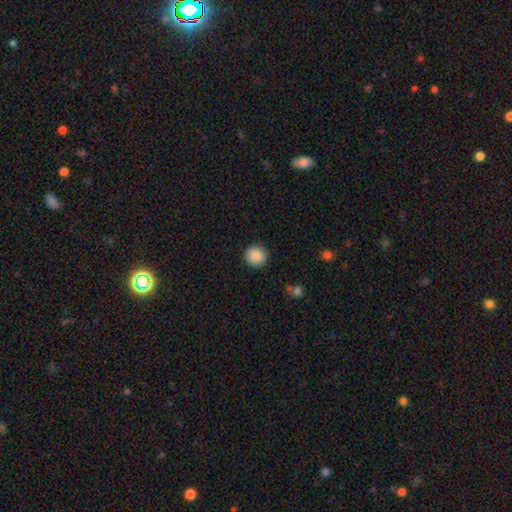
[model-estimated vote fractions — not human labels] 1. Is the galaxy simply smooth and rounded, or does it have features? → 88% smooth, 8% star or artifact, 4% featured or disk.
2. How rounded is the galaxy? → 92% round, 7% in between, 1% cigar-shaped.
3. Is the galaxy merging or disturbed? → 91% none, 6% minor disturbance, 2% major disturbance, 1% merger.